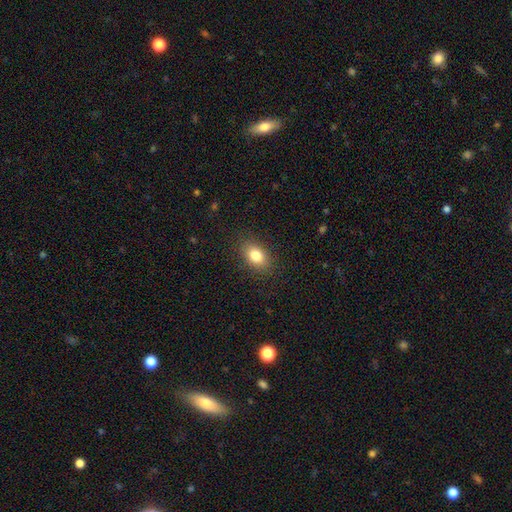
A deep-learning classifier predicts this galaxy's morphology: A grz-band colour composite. It shows a smooth galaxy with no disk features (82%) that is in between round and cigar-shaped (81%). Merging: none (87%).